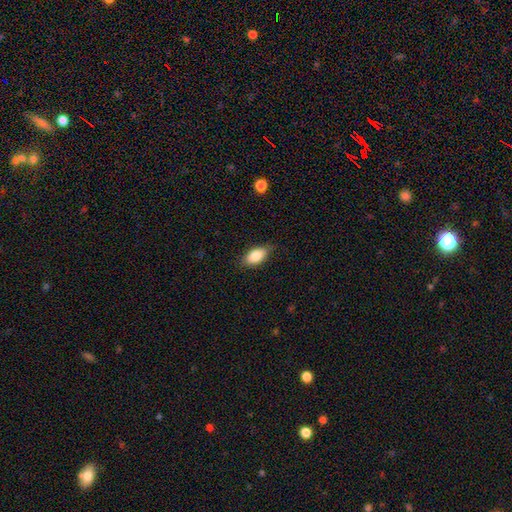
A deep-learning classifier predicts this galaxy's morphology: smooth 83%, featured or disk 10%, star or artifact 7%. Down the decision tree: how rounded — in between (92%); merging — none (79%).